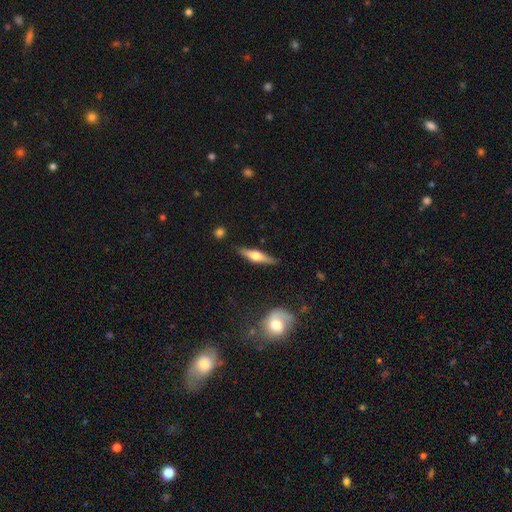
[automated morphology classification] Smooth or featured: featured or disk — 59% (smooth — 36%)
Edge-on disk: yes — 95% (no — 5%)
Edge-on bulge: rounded — 90% (boxy — 6%)
Merging: none — 86% (minor disturbance — 10%)